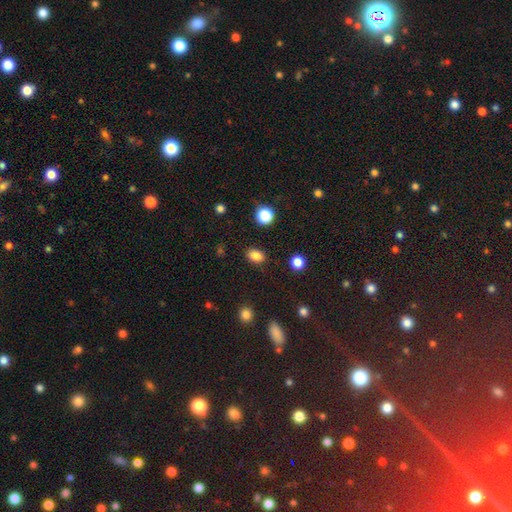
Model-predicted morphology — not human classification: A smooth galaxy with no disk features (84%) that is in between round and cigar-shaped (75%).

Vote fractions:
- Smooth or featured? smooth: 84% / star or artifact: 11% / featured or disk: 4%
- How rounded? in between: 75% / round: 23% / cigar-shaped: 1%
- Merging? none: 87% / minor disturbance: 9% / major disturbance: 3% / merger: 2%